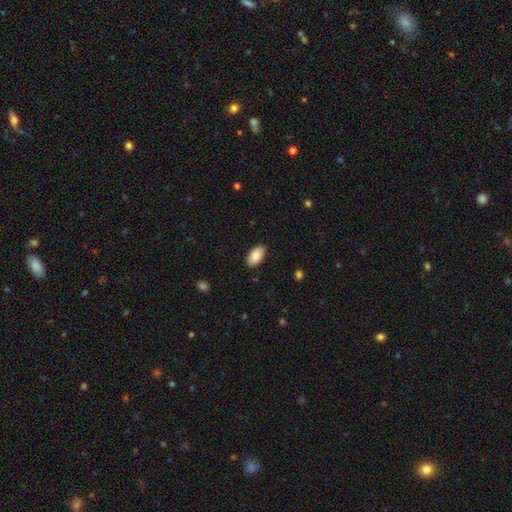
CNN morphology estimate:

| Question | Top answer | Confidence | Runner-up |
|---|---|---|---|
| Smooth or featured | smooth | 88% | star or artifact (6%) |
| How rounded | in between | 95% | round (2%) |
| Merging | none | 88% | minor disturbance (9%) |